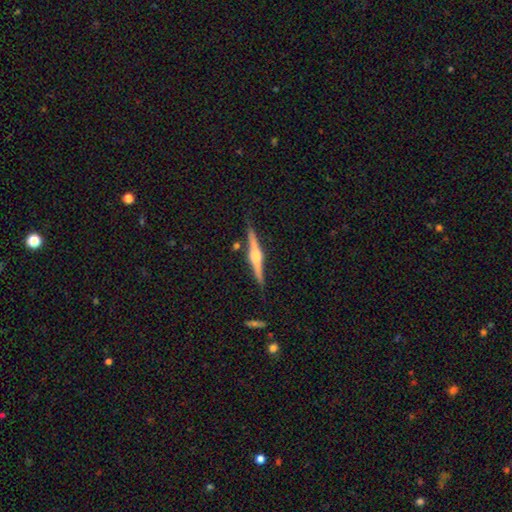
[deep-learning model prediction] Q: Smooth or featured?
A: featured or disk (78%); runner-up: smooth (16%)
Q: Edge-on disk?
A: yes (98%); runner-up: no (2%)
Q: Edge-on bulge?
A: rounded (90%); runner-up: boxy (7%)
Q: Merging?
A: none (85%); runner-up: minor disturbance (10%)